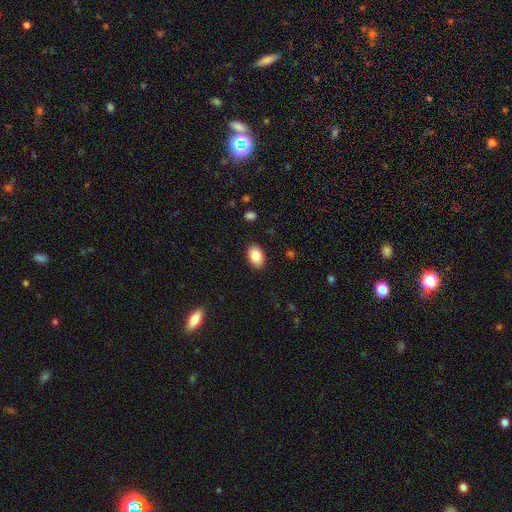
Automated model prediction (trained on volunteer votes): Morphology: type=smooth (85%); roundness=in between (89%); merging=none (89%).